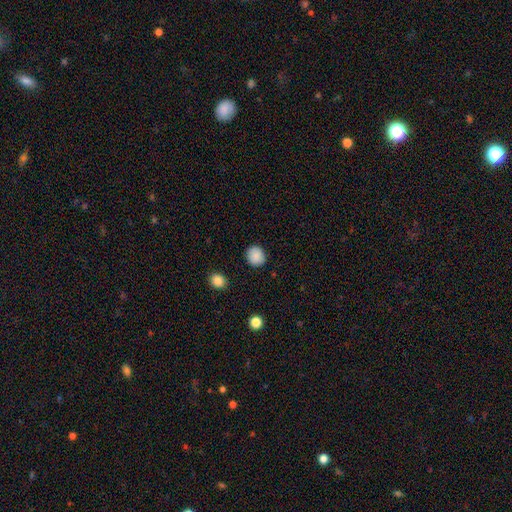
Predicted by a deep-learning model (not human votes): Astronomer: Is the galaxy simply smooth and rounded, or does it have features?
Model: smooth — 88%.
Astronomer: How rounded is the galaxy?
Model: round — 84%.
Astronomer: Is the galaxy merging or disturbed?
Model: none — 89%.